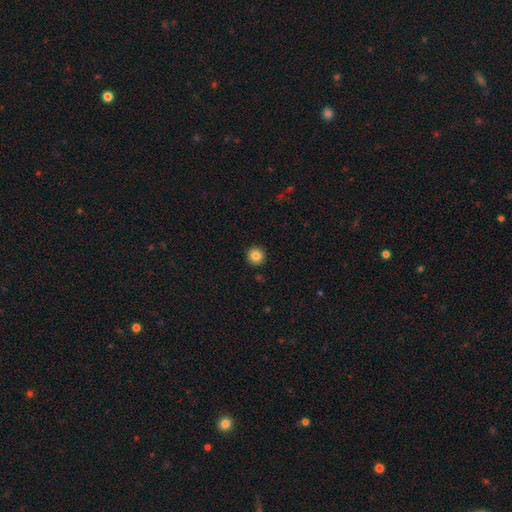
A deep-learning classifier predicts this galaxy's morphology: Smooth or featured? Predicted: smooth (p=0.85). How rounded? Predicted: round (p=0.95). Merging? Predicted: none (p=0.93).